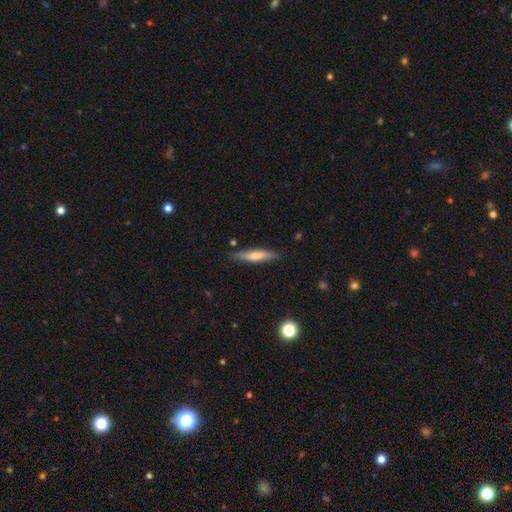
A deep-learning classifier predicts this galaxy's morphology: Q: Smooth or featured?
A: smooth (55%); runner-up: featured or disk (39%)
Q: How rounded?
A: cigar-shaped (88%); runner-up: in between (10%)
Q: Merging?
A: none (87%); runner-up: minor disturbance (9%)